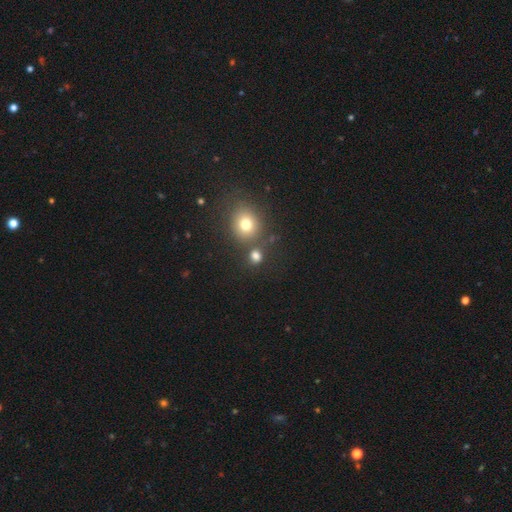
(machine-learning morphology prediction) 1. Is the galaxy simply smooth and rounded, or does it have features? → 74% smooth, 18% star or artifact, 7% featured or disk.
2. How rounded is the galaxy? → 75% round, 23% in between, 1% cigar-shaped.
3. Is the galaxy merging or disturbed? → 68% none, 17% merger, 10% minor disturbance, 5% major disturbance.